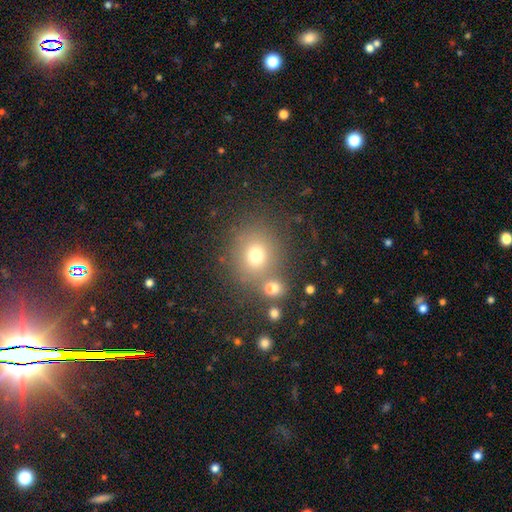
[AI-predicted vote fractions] Smooth or featured: smooth — 70% (star or artifact — 17%)
How rounded: round — 78% (in between — 21%)
Merging: none — 66% (merger — 17%)